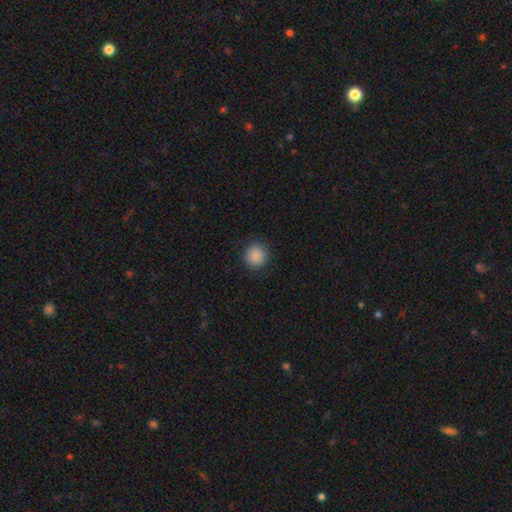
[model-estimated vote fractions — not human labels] Overall: smooth (89%). How rounded: round (91%). Merging: none (88%).